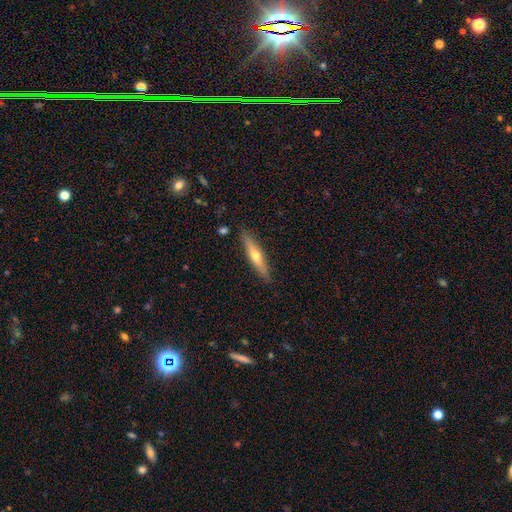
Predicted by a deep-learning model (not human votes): Smooth or featured: featured or disk — 50% (smooth — 45%)
Merging: none — 88% (minor disturbance — 9%)